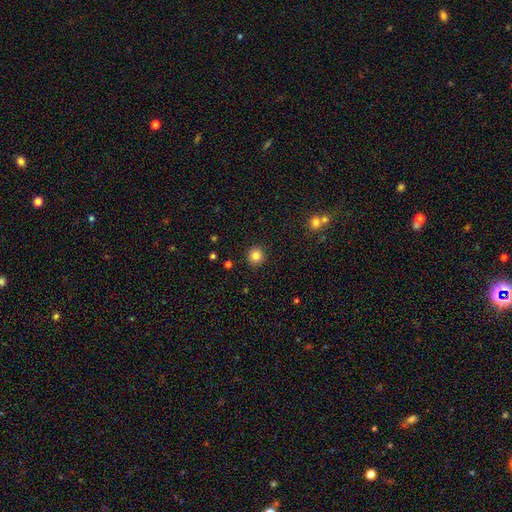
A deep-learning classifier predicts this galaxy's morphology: This is clearly a smooth galaxy (84%). How rounded: clearly round (92%). Merging: clearly none (91%).